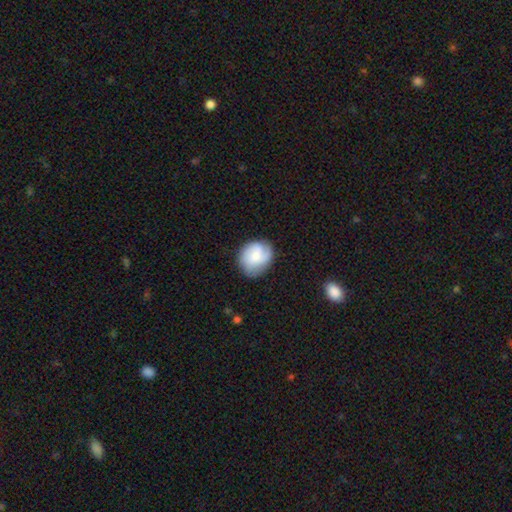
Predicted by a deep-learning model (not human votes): Smooth or featured? Predicted: smooth (p=0.49). Merging? Predicted: none (p=0.70).